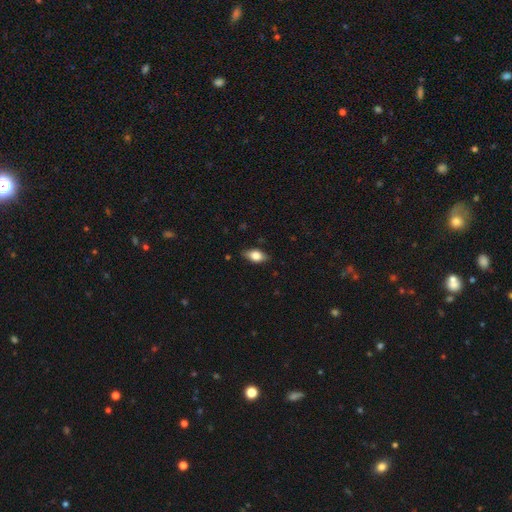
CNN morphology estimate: smooth_or_featured: smooth (p=0.71) [alt: featured or disk p=0.22]
how_rounded: in between (p=0.86) [alt: cigar-shaped p=0.08]
merging: none (p=0.83) [alt: minor disturbance p=0.13]